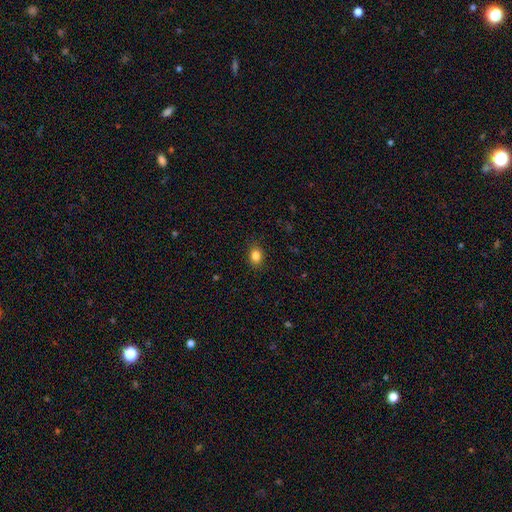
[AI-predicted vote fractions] Smooth or featured? Predicted: smooth (p=0.84). How rounded? Predicted: in between (p=0.60). Merging? Predicted: none (p=0.88).